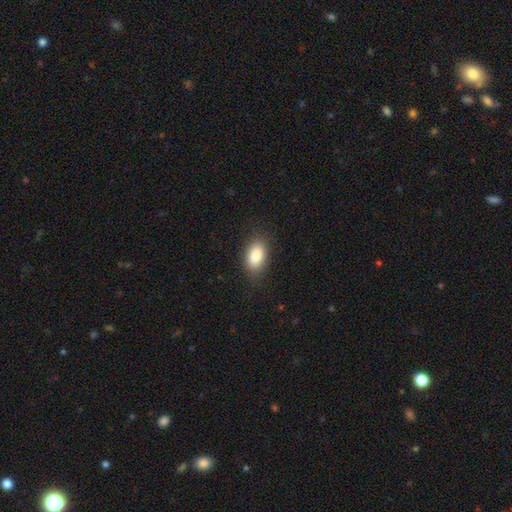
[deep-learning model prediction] Morphology: type=smooth (86%); roundness=in between (91%); merging=none (83%).